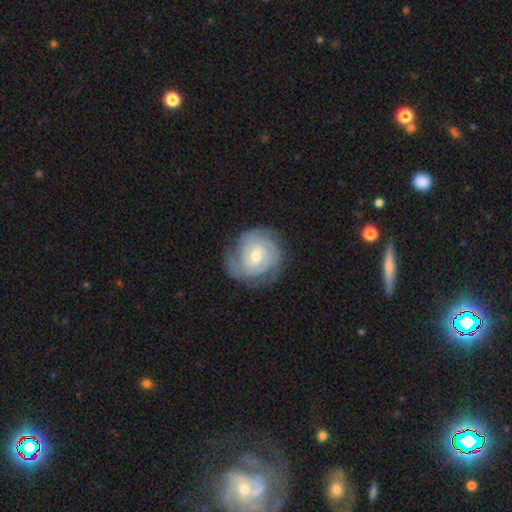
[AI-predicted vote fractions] Overall: featured or disk (85%). Edge-on disk: no (98%). Bar: no (53%; weak 40%). Spiral arms: yes (96%). Spiral arm count: 3 (29%; can't tell 27%). Spiral winding: tight (74%). Bulge size: moderate (52%; small 45%). Merging: none (75%).